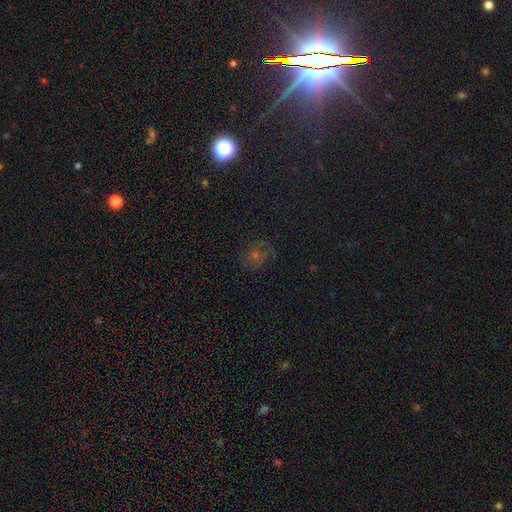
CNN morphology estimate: star or artifact 35%, smooth 33%, featured or disk 32%.